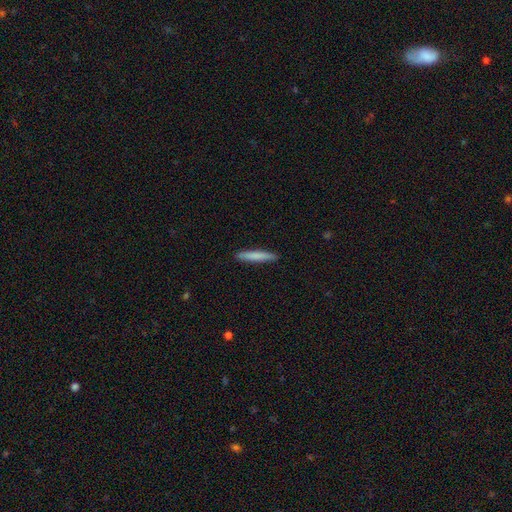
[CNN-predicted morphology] smooth_or_featured: smooth (p=0.77) [alt: featured or disk p=0.17]
how_rounded: cigar-shaped (p=0.94) [alt: in between p=0.05]
merging: none (p=0.90) [alt: minor disturbance p=0.07]